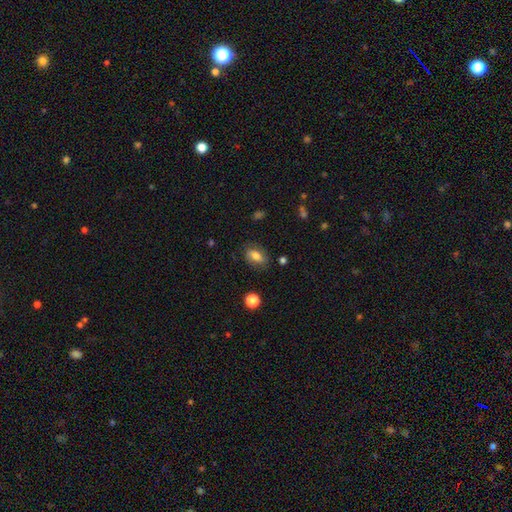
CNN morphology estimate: type=smooth (74%); roundness=in between (84%); merging=none (77%).